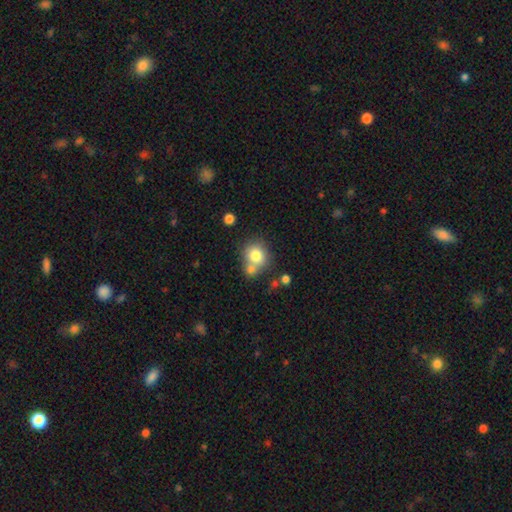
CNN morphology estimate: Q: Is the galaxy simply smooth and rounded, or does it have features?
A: smooth — 78%.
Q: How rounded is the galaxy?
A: round — 78%.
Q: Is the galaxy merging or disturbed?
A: none — 51%.